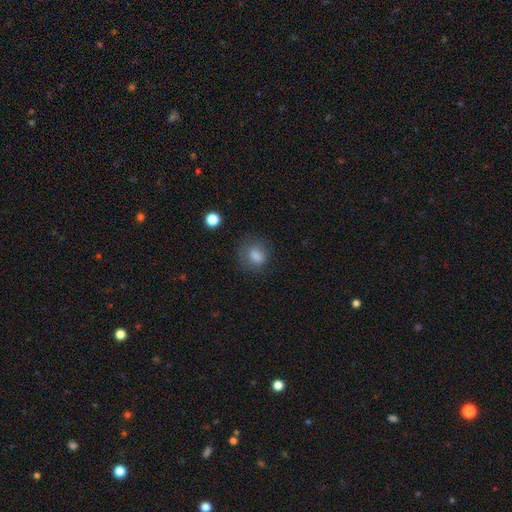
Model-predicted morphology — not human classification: smooth_or_featured: smooth (p=0.78) [alt: star or artifact p=0.12]
how_rounded: round (p=0.62) [alt: in between p=0.36]
merging: none (p=0.69) [alt: minor disturbance p=0.20]